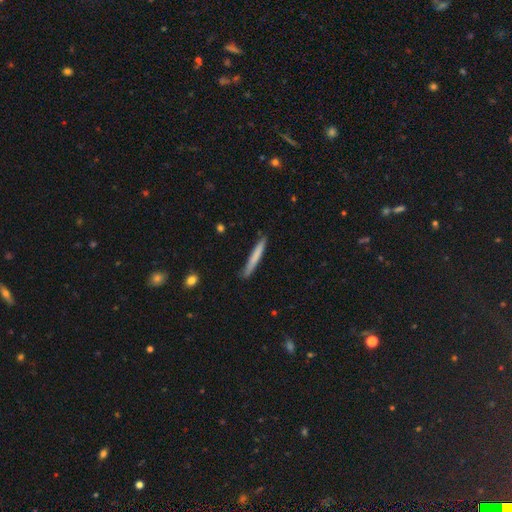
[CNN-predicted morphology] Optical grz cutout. It shows a smooth galaxy with no disk features (71%) that is cigar-shaped (96%). Merging: none (85%).